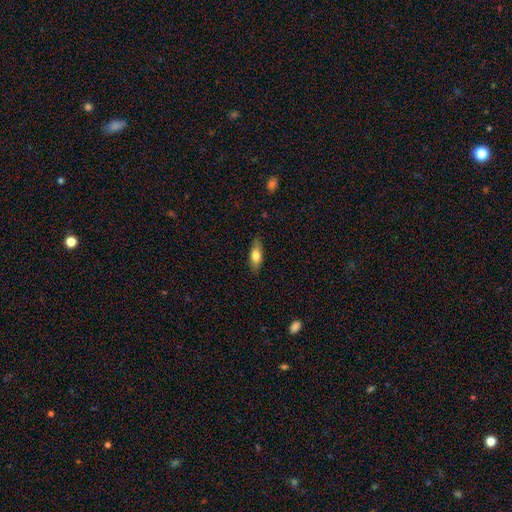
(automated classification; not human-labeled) smooth-or-featured: smooth: 72% | featured or disk: 22% | star or artifact: 7%
  how-rounded: in between: 70% | cigar-shaped: 26% | round: 3%
  merging: none: 83% | minor disturbance: 13% | major disturbance: 3% | merger: 1%